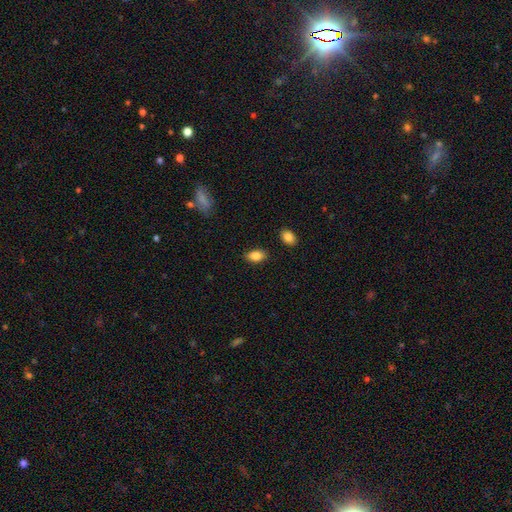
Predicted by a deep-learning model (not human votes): smooth_or_featured: smooth (p=0.86) [alt: star or artifact p=0.08]
how_rounded: in between (p=0.89) [alt: round p=0.09]
merging: none (p=0.86) [alt: minor disturbance p=0.09]